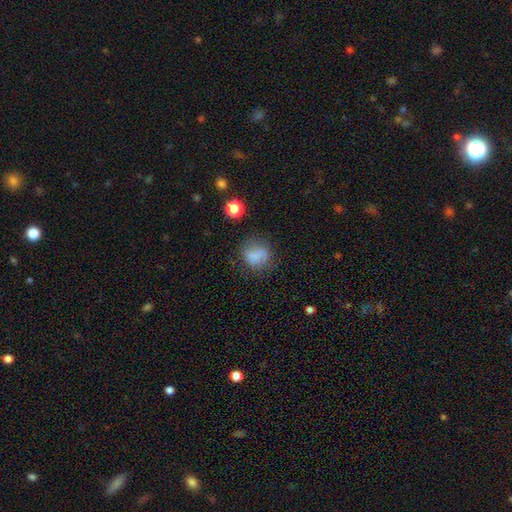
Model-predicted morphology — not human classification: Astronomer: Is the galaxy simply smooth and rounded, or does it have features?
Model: smooth — 75%.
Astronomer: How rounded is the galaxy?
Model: round — 67%.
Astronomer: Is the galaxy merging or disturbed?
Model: none — 62%.